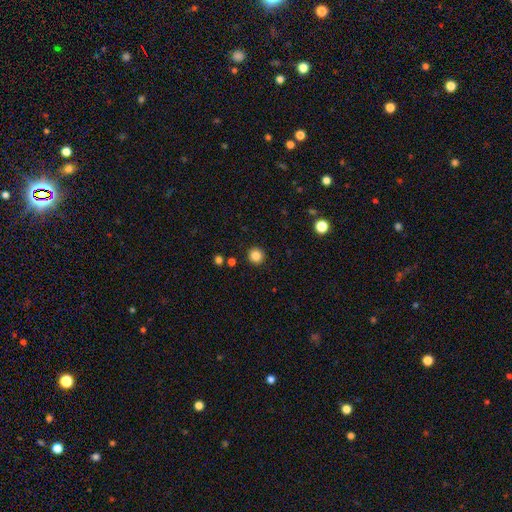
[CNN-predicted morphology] A smooth galaxy with no disk features (85%) that is round (95%). Merging: none (92%).